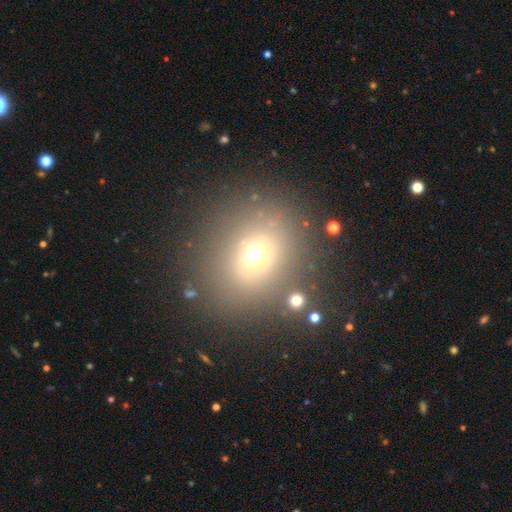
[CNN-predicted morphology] Overall: smooth (63%; star or artifact 24%). How rounded: round (80%). Merging: none (82%).